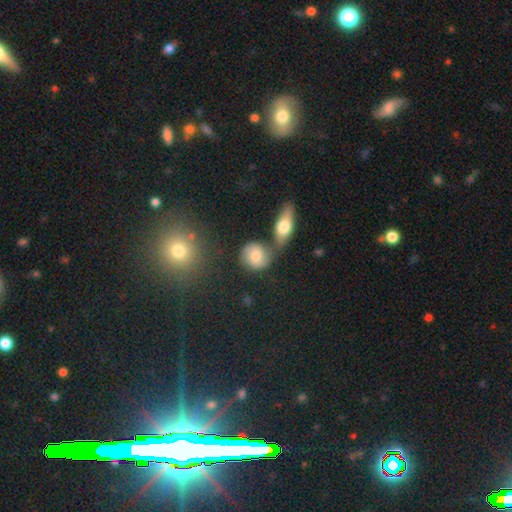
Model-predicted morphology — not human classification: smooth 71%, featured or disk 18%, star or artifact 11%. Down the decision tree: how rounded — round (74%); merging — none (60%).